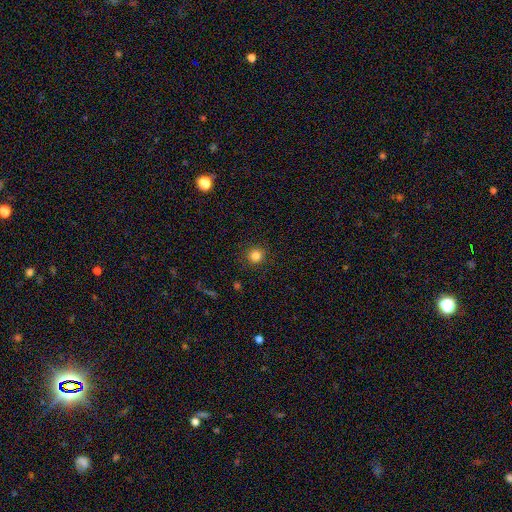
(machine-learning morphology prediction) Smooth or featured? Predicted: smooth (p=0.83). How rounded? Predicted: round (p=0.94). Merging? Predicted: none (p=0.91).